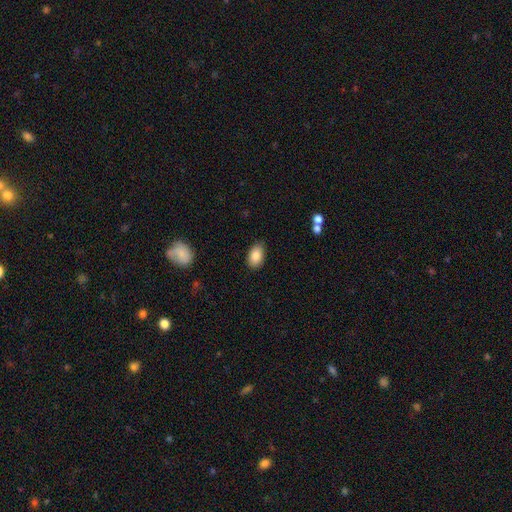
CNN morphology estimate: smooth-or-featured: smooth: 87% | star or artifact: 7% | featured or disk: 6%
  how-rounded: in between: 90% | round: 8% | cigar-shaped: 1%
  merging: none: 85% | minor disturbance: 12% | major disturbance: 2% | merger: 1%